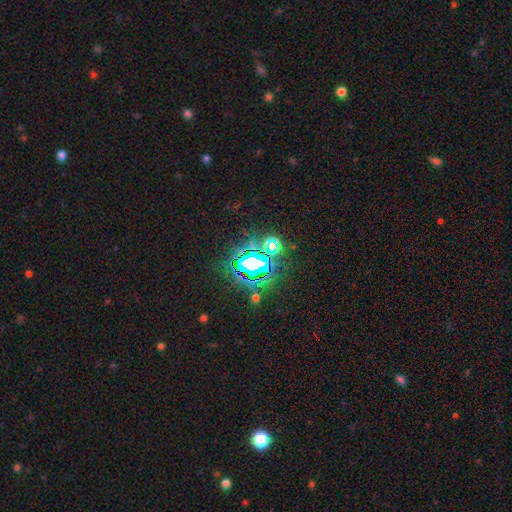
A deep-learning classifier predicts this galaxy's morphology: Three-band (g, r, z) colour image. It shows a star or artifact, not a galaxy (81%).